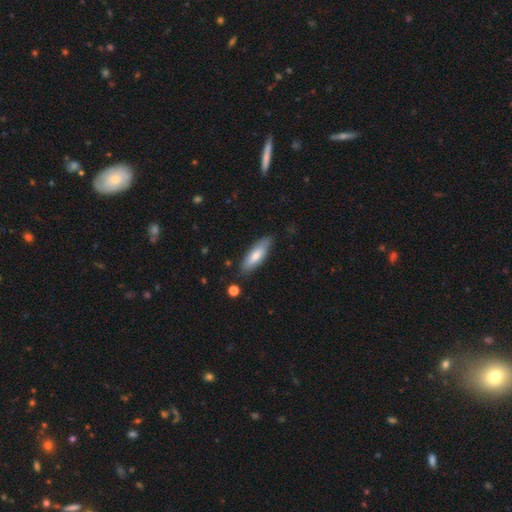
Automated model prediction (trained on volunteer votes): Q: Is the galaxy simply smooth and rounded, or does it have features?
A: smooth — 74%.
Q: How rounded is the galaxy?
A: in between — 50%.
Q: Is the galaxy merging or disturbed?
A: none — 81%.